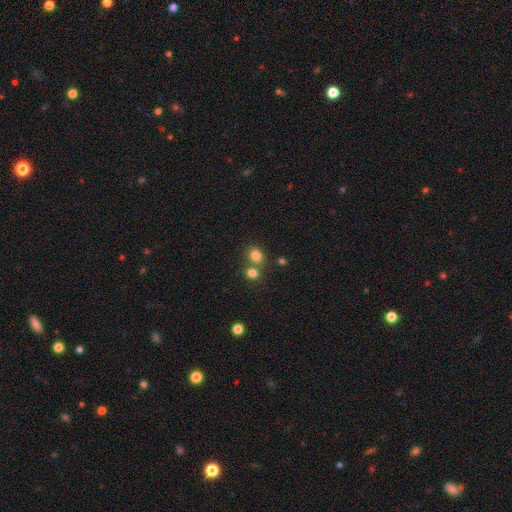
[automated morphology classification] Overall: smooth (80%). How rounded: round (61%; in between 38%). Merging: none (55%; merger 33%).